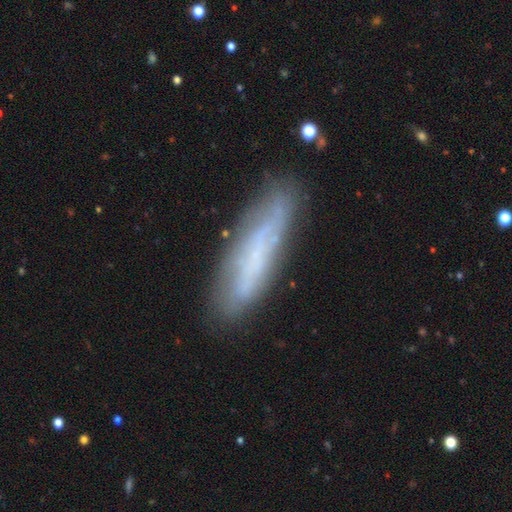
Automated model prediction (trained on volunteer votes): Smooth or featured: smooth — 47% (featured or disk — 45%)
Merging: none — 75% (minor disturbance — 18%)